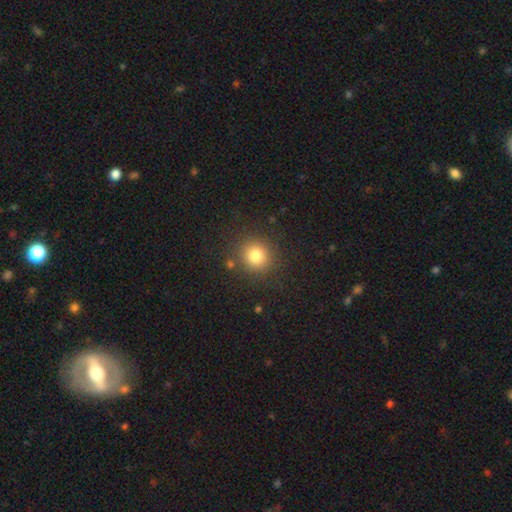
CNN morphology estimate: smooth 81%, star or artifact 13%, featured or disk 6%. Down the decision tree: how rounded — round (90%); merging — none (87%).